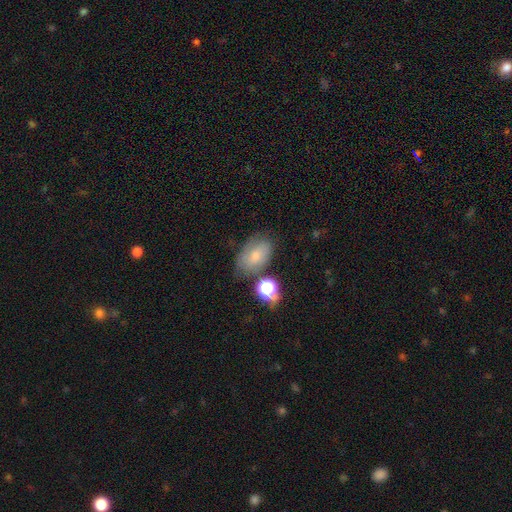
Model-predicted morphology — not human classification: Q: Smooth or featured?
A: smooth (67%); runner-up: featured or disk (21%)
Q: How rounded?
A: in between (85%); runner-up: round (13%)
Q: Merging?
A: none (59%); runner-up: minor disturbance (23%)